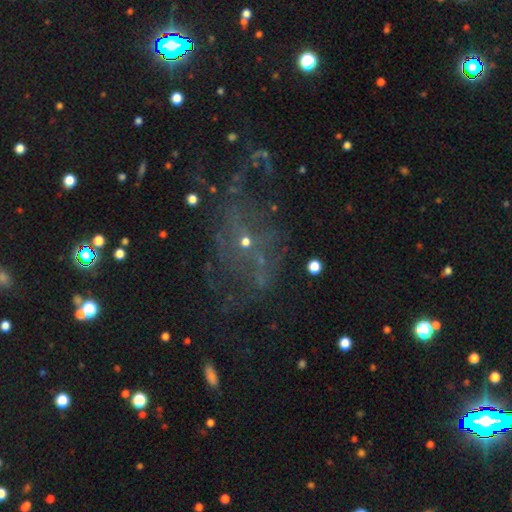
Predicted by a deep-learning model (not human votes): This appears to be a featured or disk galaxy (55%) with no bar (76%), no spiral arms (51%) and a small central bulge (71%). Merging: none (49%).